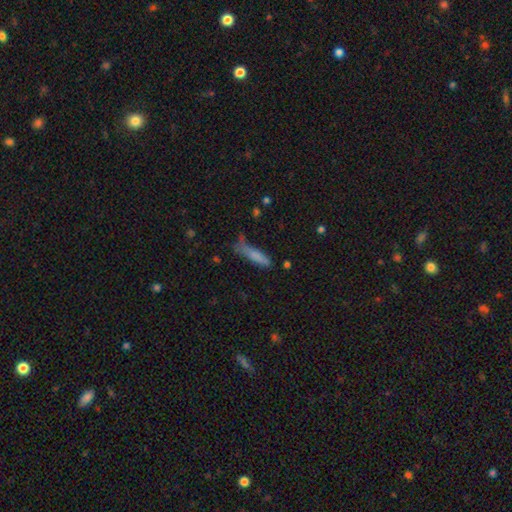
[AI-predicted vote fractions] smooth 74%, featured or disk 18%, star or artifact 9%. Down the decision tree: how rounded — cigar-shaped (84%); merging — none (50%).